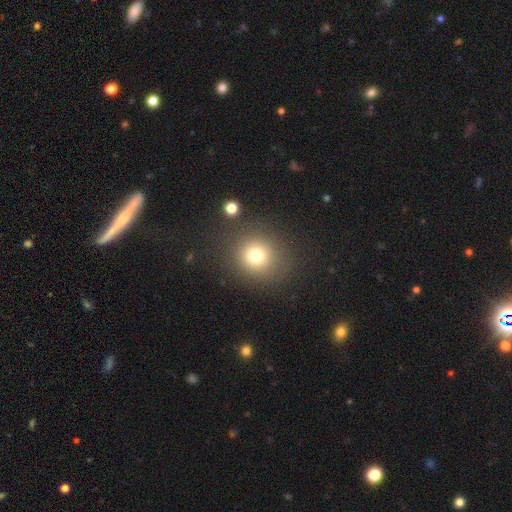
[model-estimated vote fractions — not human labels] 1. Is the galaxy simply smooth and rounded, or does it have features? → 75% smooth, 16% star or artifact, 9% featured or disk.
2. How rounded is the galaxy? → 88% round, 11% in between, 1% cigar-shaped.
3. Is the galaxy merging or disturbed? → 83% none, 8% minor disturbance, 5% major disturbance, 4% merger.